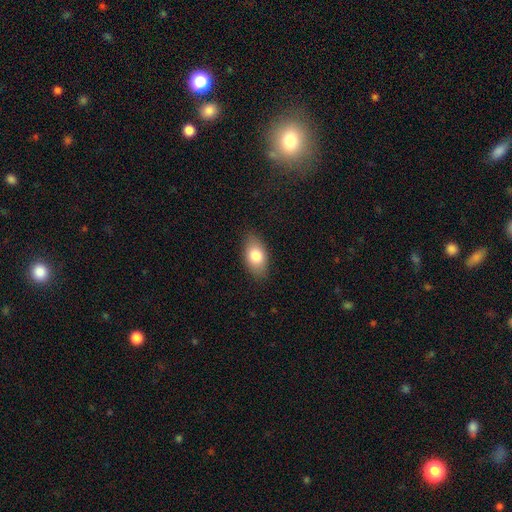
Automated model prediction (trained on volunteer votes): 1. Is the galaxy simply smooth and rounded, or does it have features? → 79% smooth, 14% featured or disk, 7% star or artifact.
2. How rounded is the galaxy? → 91% in between, 6% round, 2% cigar-shaped.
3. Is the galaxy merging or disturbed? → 86% none, 11% minor disturbance, 3% major disturbance, 1% merger.